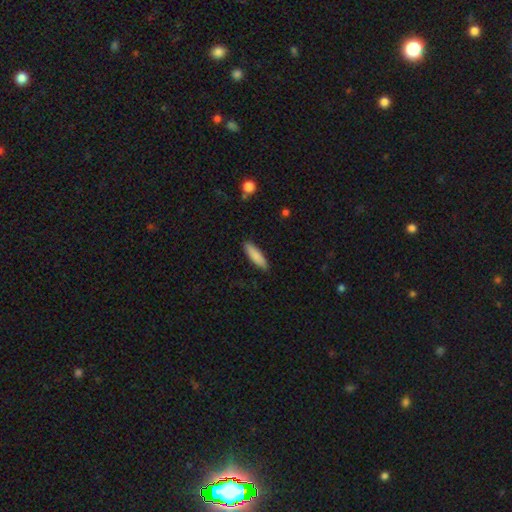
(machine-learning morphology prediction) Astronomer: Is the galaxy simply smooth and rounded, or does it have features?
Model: smooth — 86%.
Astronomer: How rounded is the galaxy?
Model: cigar-shaped — 64%.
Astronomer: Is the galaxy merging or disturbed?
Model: none — 88%.